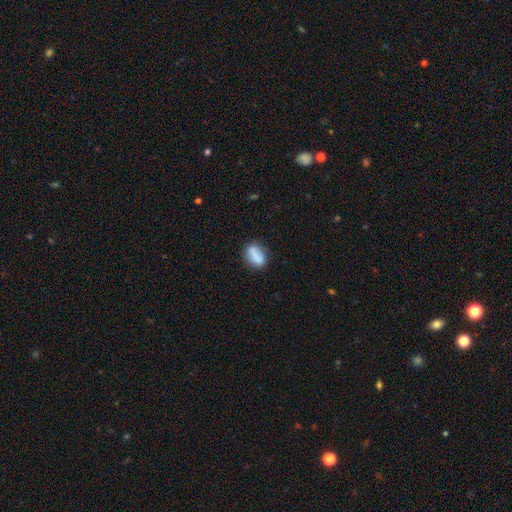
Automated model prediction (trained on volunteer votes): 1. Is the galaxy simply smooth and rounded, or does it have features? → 80% smooth, 12% featured or disk, 8% star or artifact.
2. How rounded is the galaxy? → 80% in between, 12% round, 8% cigar-shaped.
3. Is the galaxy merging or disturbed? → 67% none, 19% minor disturbance, 9% merger, 5% major disturbance.